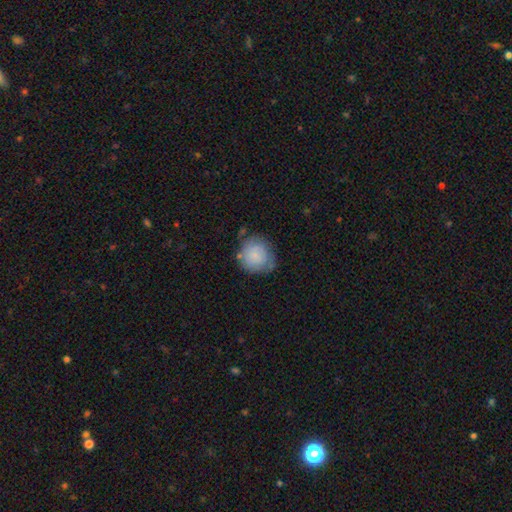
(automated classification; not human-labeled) The model was most divided on "merging": none: 60%, minor disturbance: 26%, major disturbance: 8%, merger: 5%. More confident: how rounded — round (87%); smooth or featured — smooth (79%).